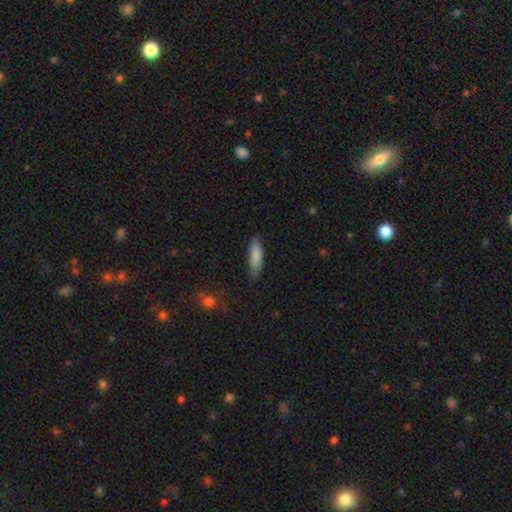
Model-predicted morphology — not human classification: smooth 83%, featured or disk 11%, star or artifact 6%. Down the decision tree: how rounded — cigar-shaped (50%); merging — none (76%).